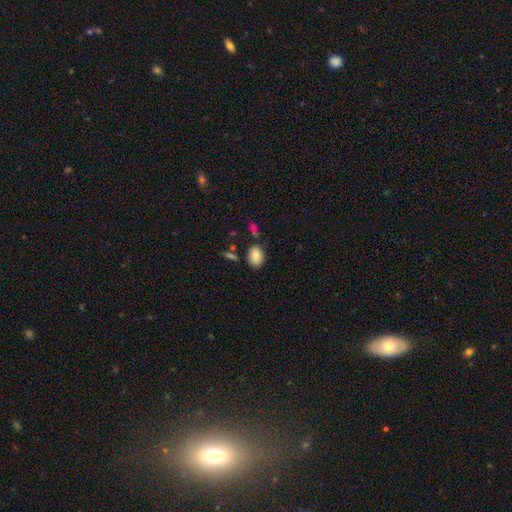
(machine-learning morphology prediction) Smooth or featured: smooth — 86% (star or artifact — 8%)
How rounded: in between — 67% (round — 32%)
Merging: none — 76% (minor disturbance — 14%)